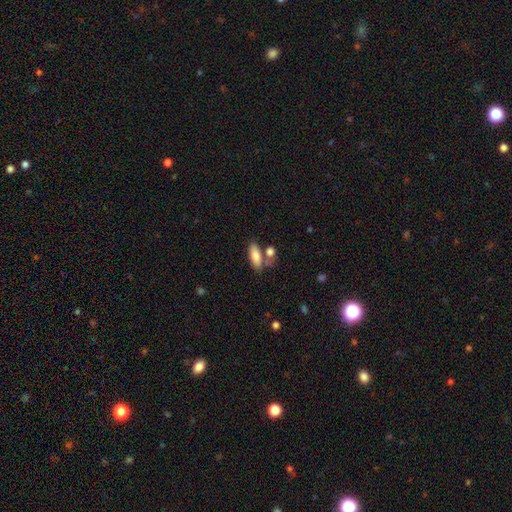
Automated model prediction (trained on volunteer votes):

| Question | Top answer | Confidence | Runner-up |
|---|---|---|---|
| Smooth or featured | smooth | 82% | featured or disk (12%) |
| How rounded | in between | 73% | cigar-shaped (24%) |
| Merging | none | 58% | merger (23%) |